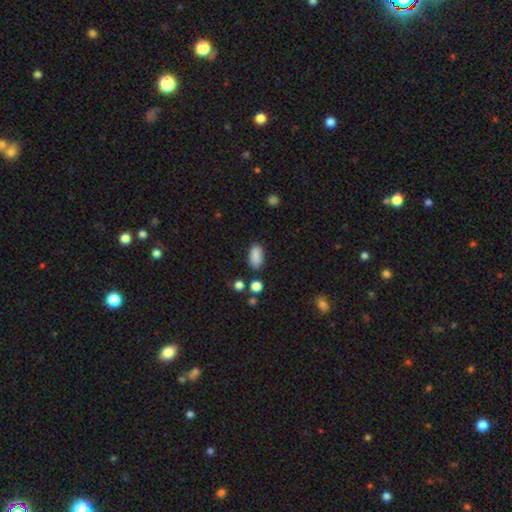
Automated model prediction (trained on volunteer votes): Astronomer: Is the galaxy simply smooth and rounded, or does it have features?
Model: smooth — 87%.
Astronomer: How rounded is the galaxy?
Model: in between — 90%.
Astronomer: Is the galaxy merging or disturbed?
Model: none — 81%.